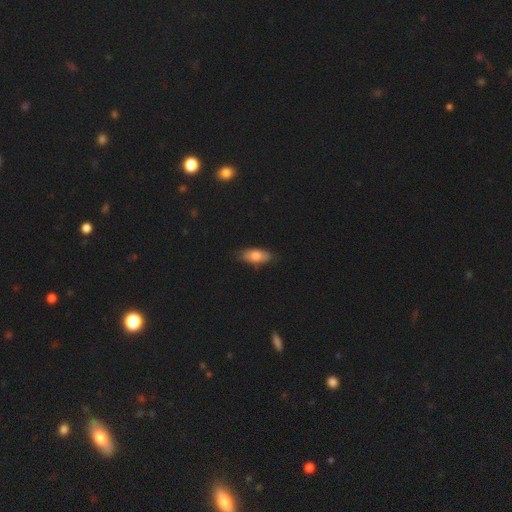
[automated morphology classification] This is likely a smooth galaxy (74%). How rounded: clearly in between (86%). Merging: likely none (78%).